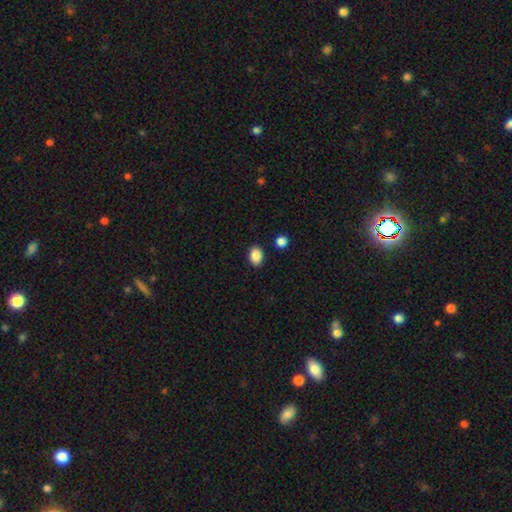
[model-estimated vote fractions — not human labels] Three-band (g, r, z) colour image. It shows a smooth galaxy with no disk features (88%) that is in between round and cigar-shaped (74%). Merging: none (87%).